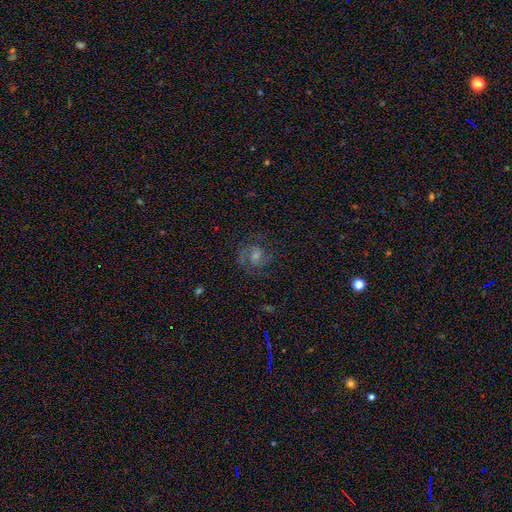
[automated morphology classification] Smooth or featured? featured or disk (73%)
Edge-on disk? no (98%)
Bar? weak (46%)
Spiral arms? yes (96%)
Spiral winding? medium (53%)
Spiral arm count? 2 (77%)
Bulge size? moderate (41%)
Merging? none (78%)